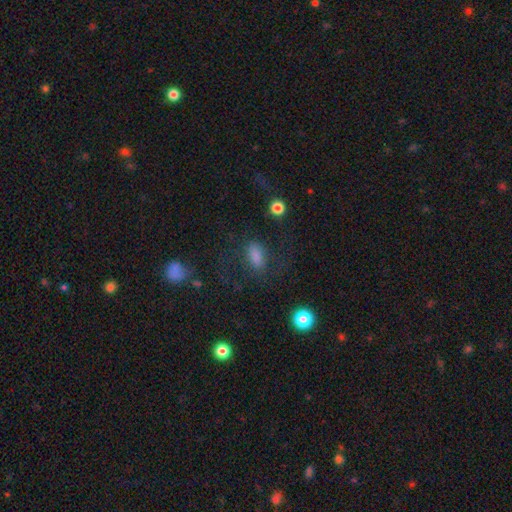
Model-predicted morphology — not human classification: Overall: smooth (71%). How rounded: in between (80%). Merging: none (64%).